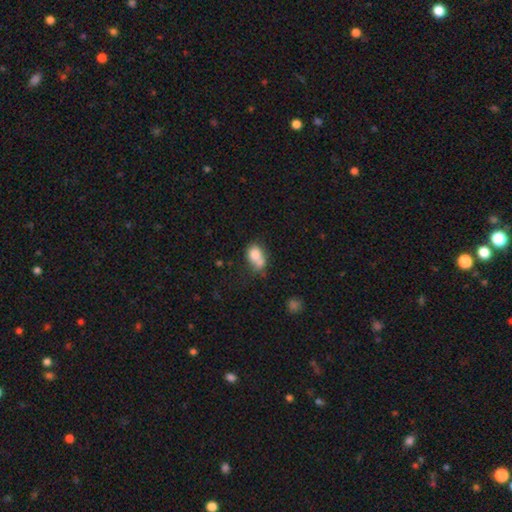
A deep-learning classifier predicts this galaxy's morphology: Smooth or featured: smooth — 74% (featured or disk — 16%)
How rounded: in between — 70% (round — 28%)
Merging: merger — 46% (none — 27%)